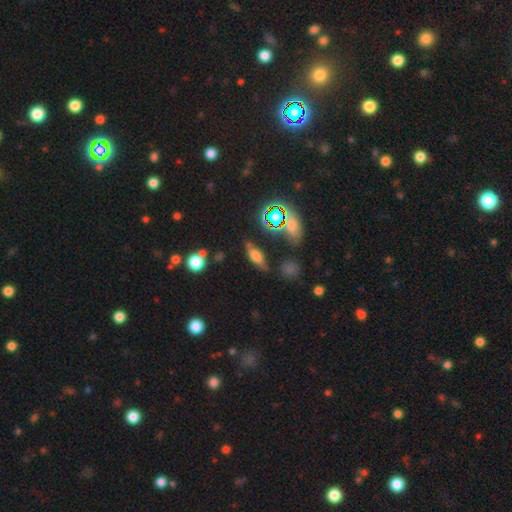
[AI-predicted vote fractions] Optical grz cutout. It shows a smooth galaxy with no disk features (49%). Merging: none (73%).